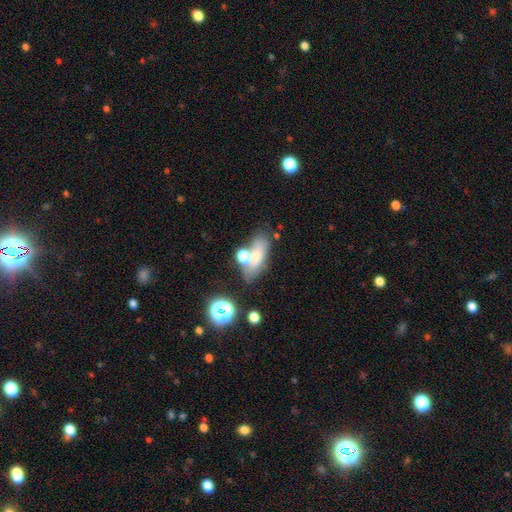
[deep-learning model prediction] This is possibly a smooth galaxy (58%). How rounded: likely in between (70%). Merging: possibly none (47%).